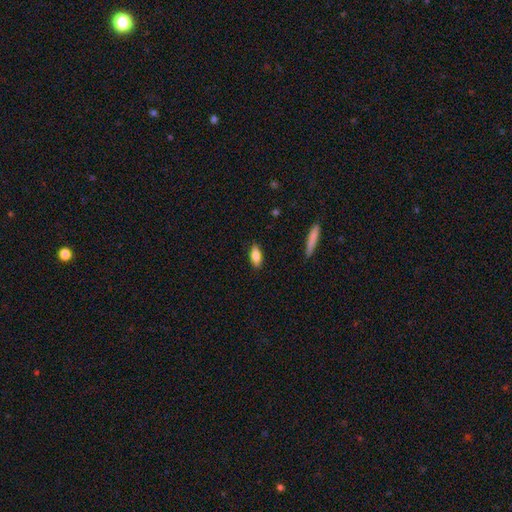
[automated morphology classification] Smooth or featured?
  - smooth: 81% *
  - featured or disk: 12%
  - star or artifact: 7%
How rounded?
  - in between: 81% *
  - cigar-shaped: 16%
  - round: 3%
Merging?
  - none: 88% *
  - minor disturbance: 9%
  - major disturbance: 2%
  - merger: 1%